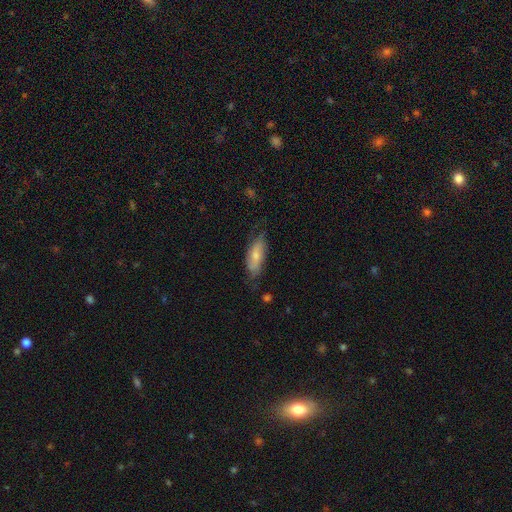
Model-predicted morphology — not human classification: This appears to be a smooth galaxy with no disk features (59%) that is in between round and cigar-shaped (70%). Merging: none (66%).